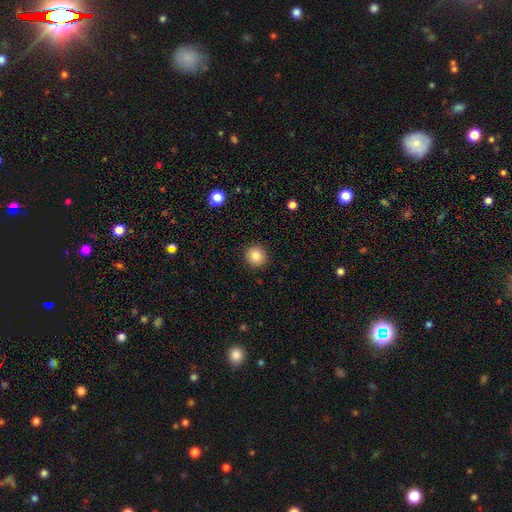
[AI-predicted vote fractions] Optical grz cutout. It shows a smooth galaxy with no disk features (84%) that is round (89%). Merging: none (91%).